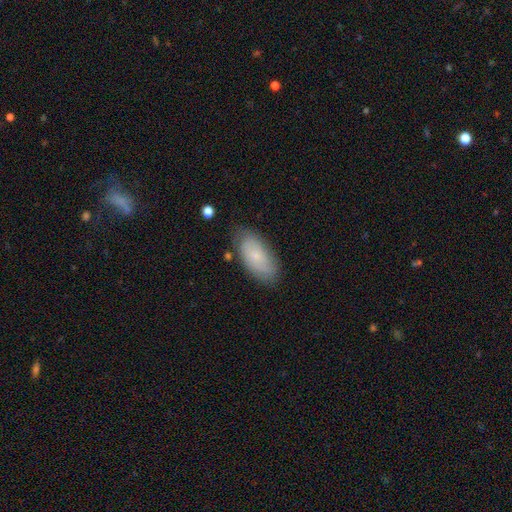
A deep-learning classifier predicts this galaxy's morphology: smooth 68%, featured or disk 25%, star or artifact 7%. Down the decision tree: how rounded — in between (92%); merging — none (76%).